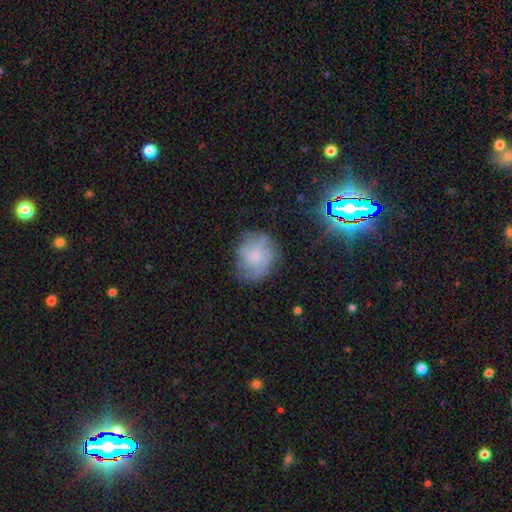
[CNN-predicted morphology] smooth_or_featured: featured or disk (p=0.53) [alt: smooth p=0.35]
disk_edge_on: no (p=0.97) [alt: yes p=0.03]
bar: no (p=0.75) [alt: weak p=0.22]
has_spiral_arms: yes (p=0.77) [alt: no p=0.23]
bulge_size: small (p=0.67) [alt: moderate p=0.22]
merging: none (p=0.62) [alt: minor disturbance p=0.24]